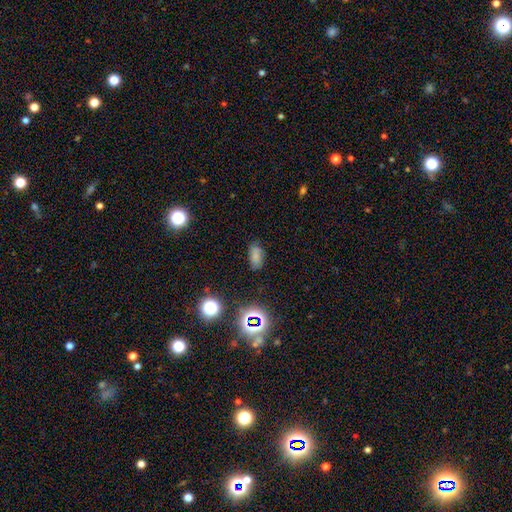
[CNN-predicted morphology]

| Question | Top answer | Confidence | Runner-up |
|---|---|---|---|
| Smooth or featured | smooth | 69% | star or artifact (21%) |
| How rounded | in between | 89% | round (7%) |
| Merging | none | 73% | minor disturbance (19%) |